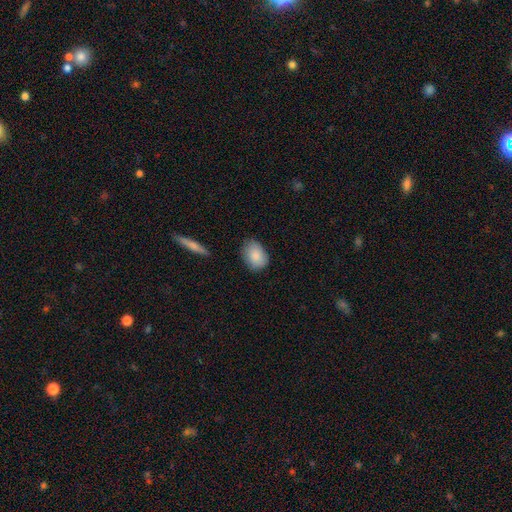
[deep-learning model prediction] This appears to be a smooth galaxy with no disk features (87%) that is in between round and cigar-shaped (78%). Merging: none (78%).